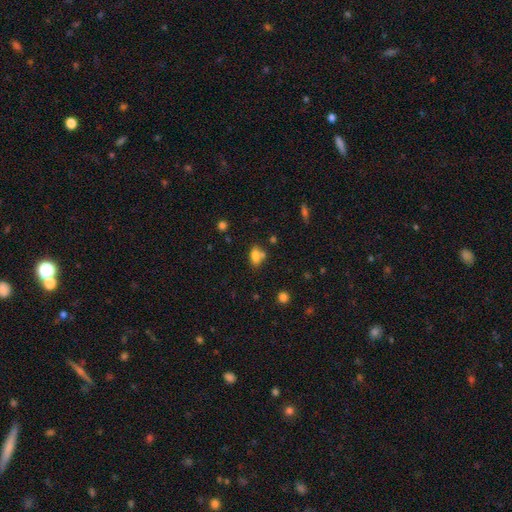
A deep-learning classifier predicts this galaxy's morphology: Overall: smooth (77%). How rounded: in between (82%). Merging: none (52%; merger 28%).